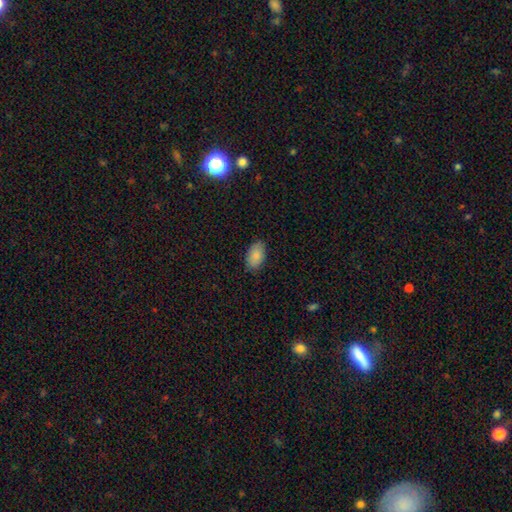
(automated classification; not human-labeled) This is clearly a smooth galaxy (86%). How rounded: clearly in between (92%). Merging: clearly none (85%).